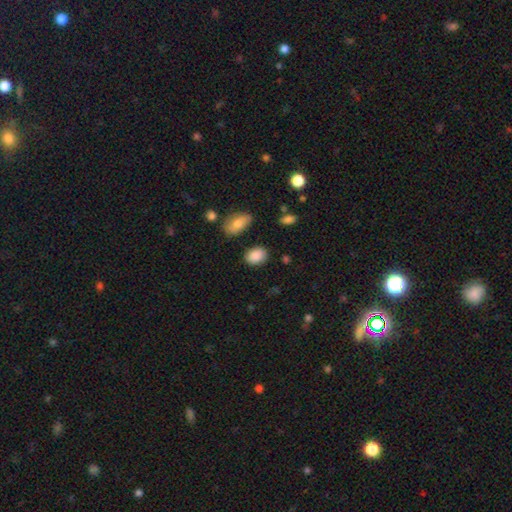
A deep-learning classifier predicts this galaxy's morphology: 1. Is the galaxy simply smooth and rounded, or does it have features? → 88% smooth, 7% star or artifact, 5% featured or disk.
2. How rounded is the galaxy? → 78% in between, 20% round, 1% cigar-shaped.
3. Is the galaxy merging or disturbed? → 83% none, 12% minor disturbance, 3% major disturbance, 3% merger.